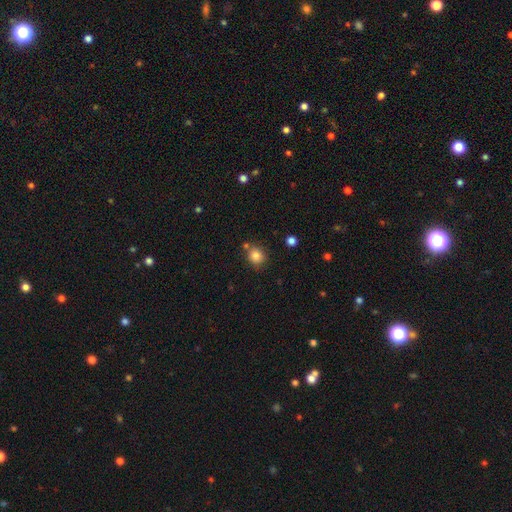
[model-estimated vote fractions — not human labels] Q: Smooth or featured?
A: smooth (83%); runner-up: star or artifact (11%)
Q: How rounded?
A: round (81%); runner-up: in between (18%)
Q: Merging?
A: none (75%); runner-up: minor disturbance (12%)